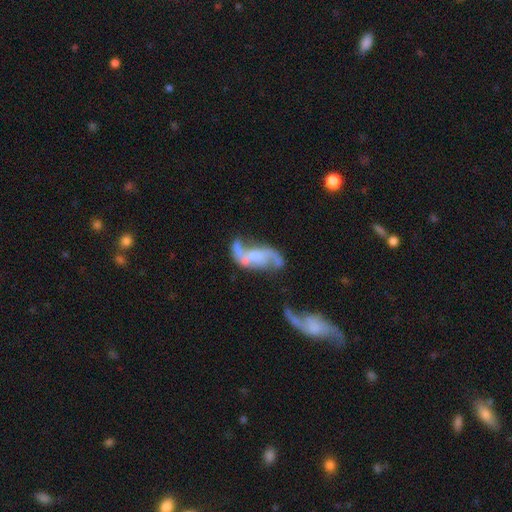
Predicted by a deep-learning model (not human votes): Morphology: type=featured or disk (87%); edge-on=no (96%); bar=no (52%); spiral arms=yes (93%); winding=loose (76%); arm count=2 (90%); bulge=small (44%); merging=none (43%).